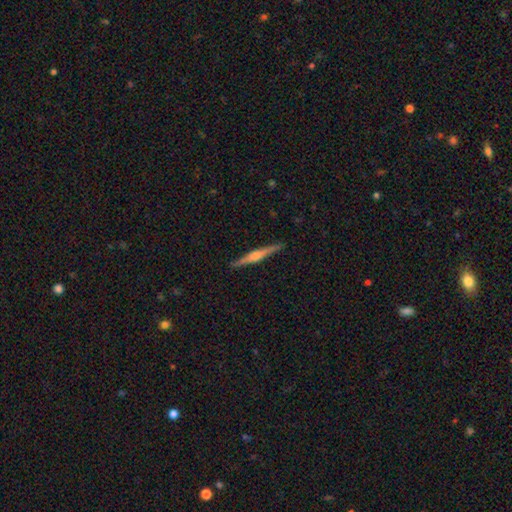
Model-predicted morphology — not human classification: type=featured or disk (76%); edge-on=yes (98%); edge-on bulge=rounded (82%); merging=none (91%).